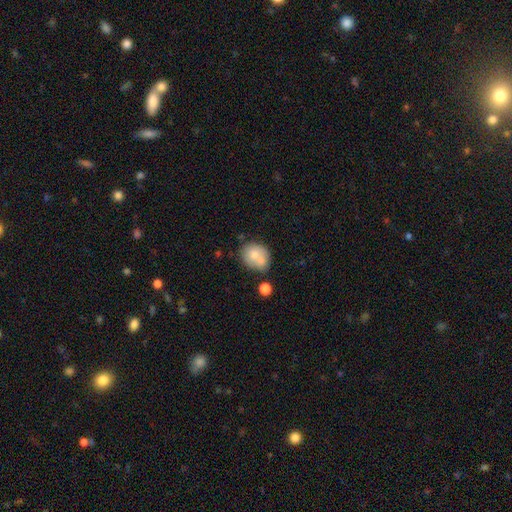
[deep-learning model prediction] This appears to be a smooth galaxy with no disk features (74%) that is round (56%). Merging: none (47%).